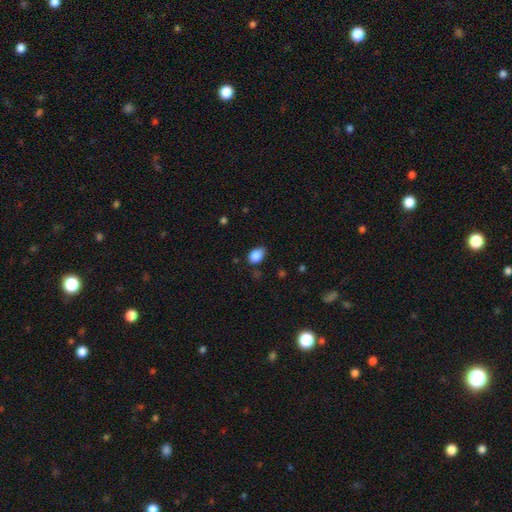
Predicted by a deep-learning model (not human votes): A smooth galaxy with no disk features (87%) that is in between round and cigar-shaped (83%). Merging: none (69%).